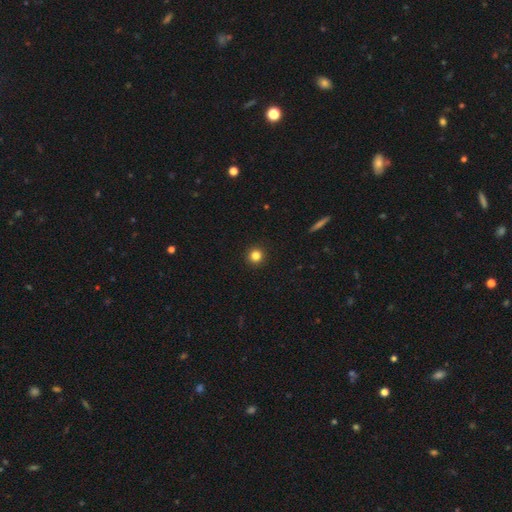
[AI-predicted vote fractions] Smooth or featured?
  - smooth: 83% *
  - star or artifact: 12%
  - featured or disk: 5%
How rounded?
  - round: 95% *
  - in between: 4%
  - cigar-shaped: 1%
Merging?
  - none: 93% *
  - minor disturbance: 4%
  - major disturbance: 1%
  - merger: 1%